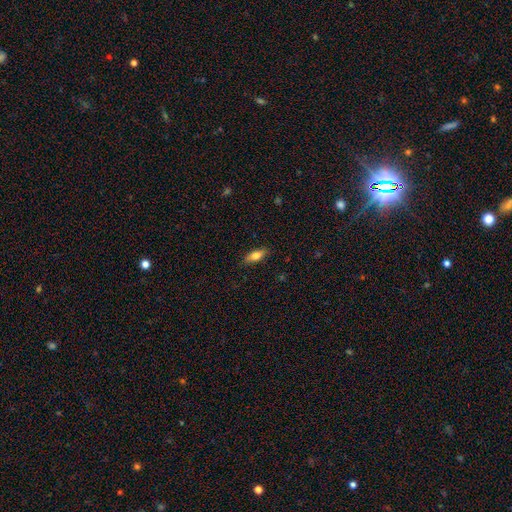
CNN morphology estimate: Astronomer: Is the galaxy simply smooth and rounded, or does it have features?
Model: smooth — 71%.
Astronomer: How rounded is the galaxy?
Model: in between — 68%.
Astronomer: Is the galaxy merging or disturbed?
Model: none — 87%.